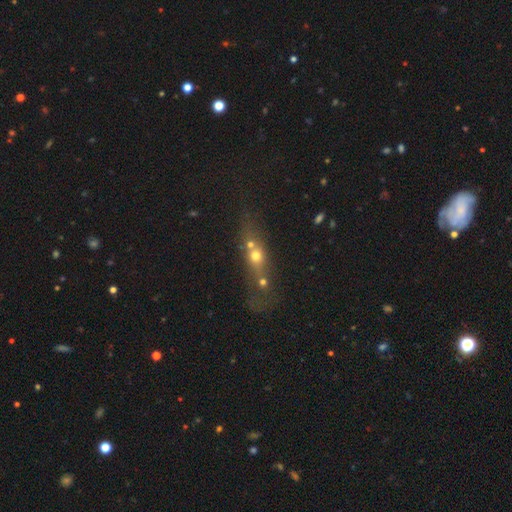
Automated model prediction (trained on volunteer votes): smooth_or_featured: smooth (p=0.51) [alt: featured or disk p=0.32]
how_rounded: round (p=0.36) [alt: in between p=0.34]
merging: merger (p=0.41) [alt: none p=0.39]